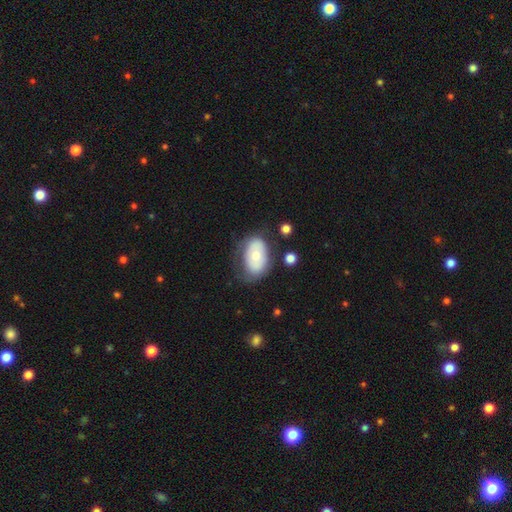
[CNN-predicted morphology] A smooth galaxy with no disk features (60%) that is in between round and cigar-shaped (87%). Merging: none (60%).